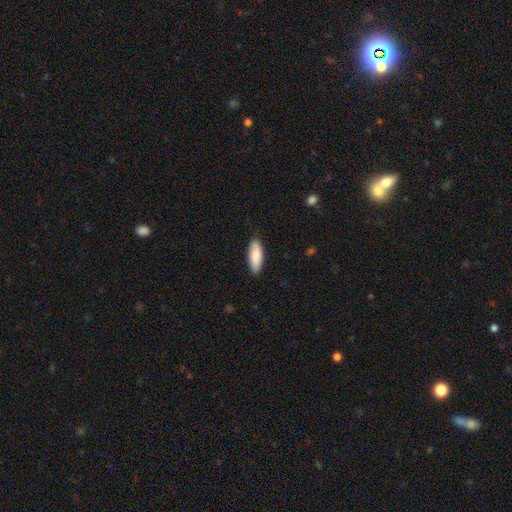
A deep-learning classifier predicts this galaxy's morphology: type=smooth (86%); roundness=in between (66%); merging=none (87%).